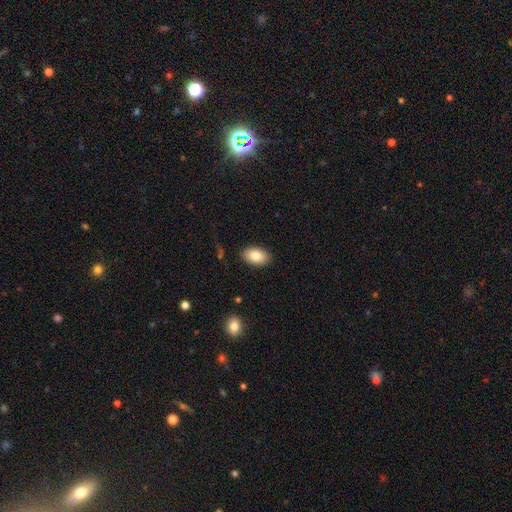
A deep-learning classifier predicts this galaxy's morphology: A smooth galaxy with no disk features (82%) that is in between round and cigar-shaped (91%). Merging: none (88%).